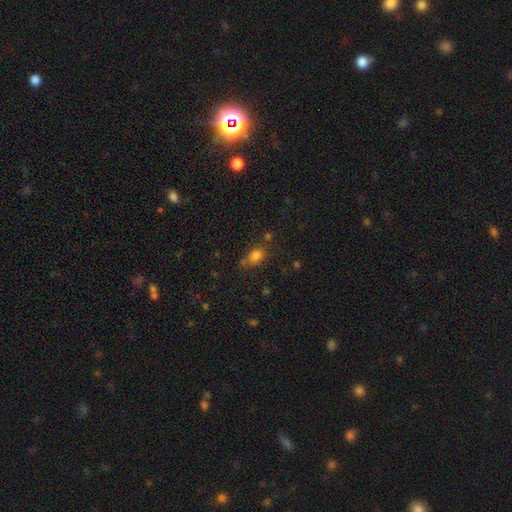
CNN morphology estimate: A smooth galaxy with no disk features (75%) that is in between round and cigar-shaped (66%).

Vote fractions:
- Smooth or featured? smooth: 75% / star or artifact: 16% / featured or disk: 9%
- How rounded? in between: 66% / round: 31% / cigar-shaped: 3%
- Merging? none: 67% / minor disturbance: 17% / merger: 11% / major disturbance: 5%